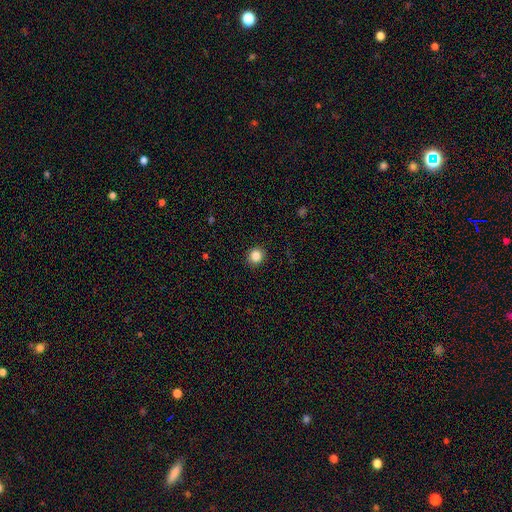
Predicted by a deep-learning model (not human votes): Smooth or featured? Predicted: smooth (p=0.85). How rounded? Predicted: round (p=0.87). Merging? Predicted: none (p=0.91).